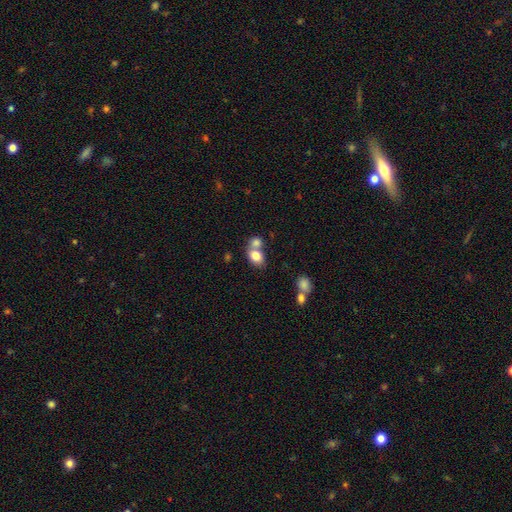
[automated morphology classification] Smooth or featured: smooth — 80% (featured or disk — 11%)
How rounded: in between — 59% (round — 40%)
Merging: merger — 51% (none — 37%)